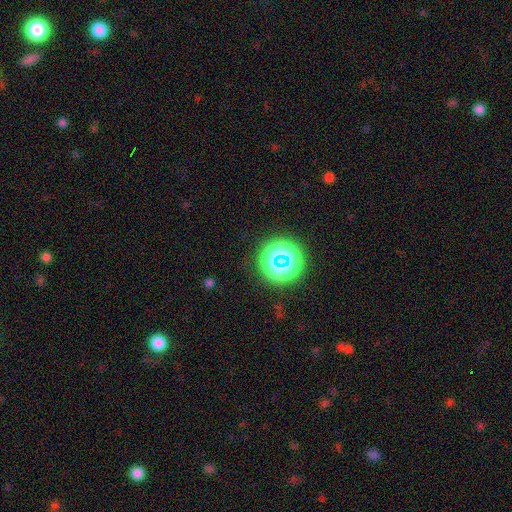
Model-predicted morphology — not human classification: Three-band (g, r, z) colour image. It shows a star or artifact, not a galaxy (75%).